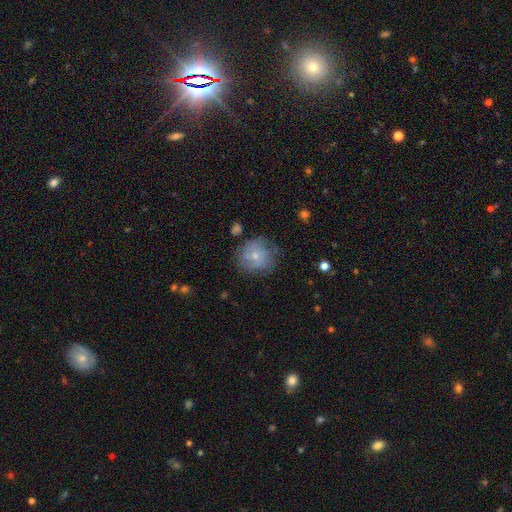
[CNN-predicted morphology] Q: Smooth or featured?
A: smooth (49%); runner-up: featured or disk (43%)
Q: Merging?
A: none (63%); runner-up: minor disturbance (24%)